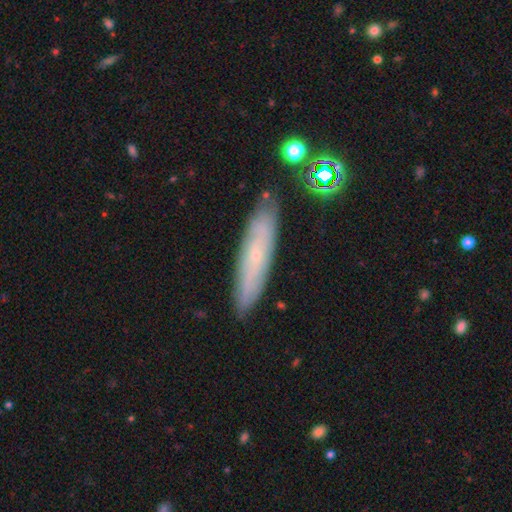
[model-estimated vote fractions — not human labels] featured or disk 49%, smooth 42%, star or artifact 9%. Down the decision tree: merging — none (84%).